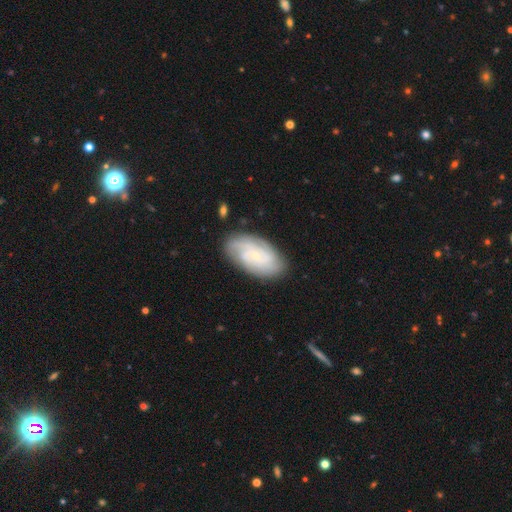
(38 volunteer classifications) Volunteers were most divided on "spiral winding": tight: 52%, medium: 41%, loose: 7%. Remaining: edge-on disk — no (100%); spiral arms — yes (100%); bulge size — small (86%); merging — none (84%); bar — no (79%); smooth or featured — featured or disk (76%); spiral arm count — 3 (41%).